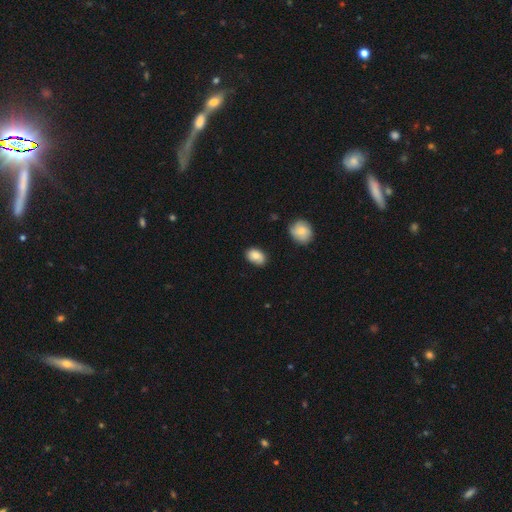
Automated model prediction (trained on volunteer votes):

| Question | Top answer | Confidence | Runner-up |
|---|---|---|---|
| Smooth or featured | smooth | 82% | featured or disk (10%) |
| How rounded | in between | 83% | round (16%) |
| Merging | none | 73% | minor disturbance (21%) |